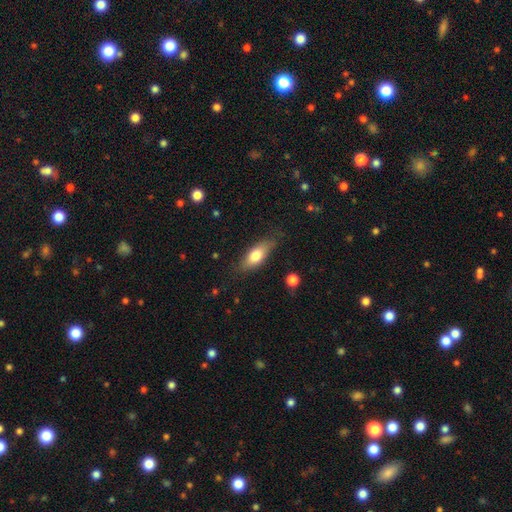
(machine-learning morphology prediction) smooth-or-featured: smooth: 73% | featured or disk: 21% | star or artifact: 6%
  how-rounded: in between: 73% | cigar-shaped: 24% | round: 3%
  merging: none: 76% | minor disturbance: 19% | major disturbance: 4% | merger: 2%